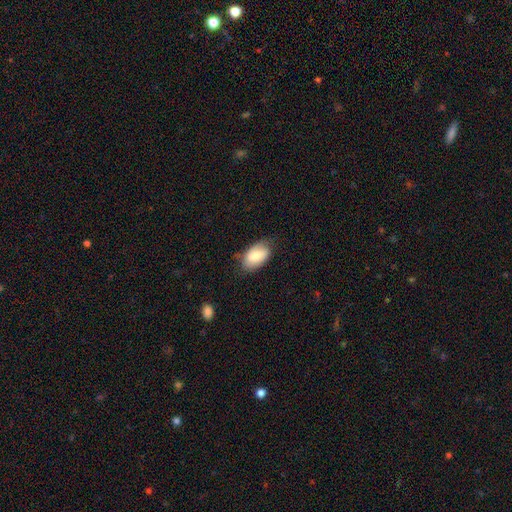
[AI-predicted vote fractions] Smooth or featured? Predicted: smooth (p=0.77). How rounded? Predicted: in between (p=0.94). Merging? Predicted: none (p=0.65).